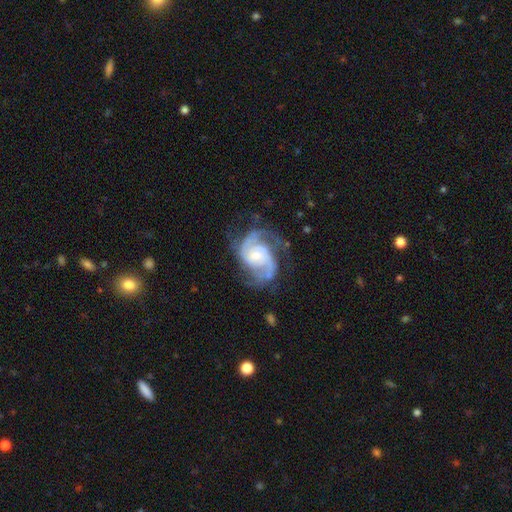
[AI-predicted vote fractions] Morphology: type=featured or disk (89%); edge-on=no (98%); bar=no (61%); spiral arms=yes (97%); winding=medium (49%); arm count=2 (62%); bulge=small (57%); merging=none (65%).